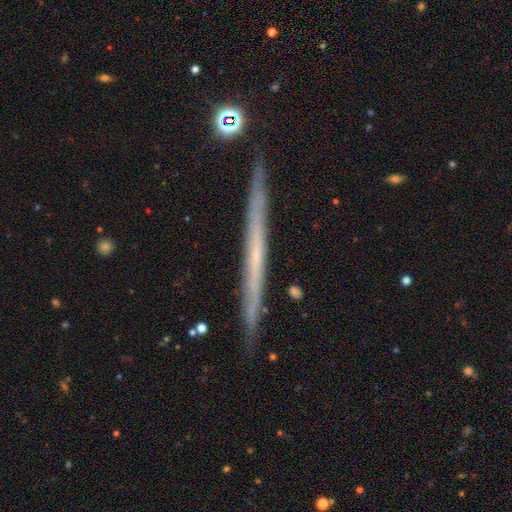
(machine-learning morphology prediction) Smooth or featured: featured or disk — 61% (smooth — 30%)
Edge-on disk: yes — 96% (no — 4%)
Edge-on bulge: none — 90% (rounded — 7%)
Merging: none — 90% (minor disturbance — 8%)